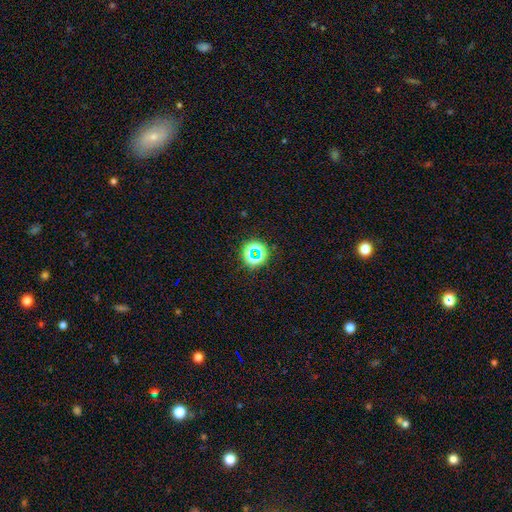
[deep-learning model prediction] star or artifact 55%, smooth 32%, featured or disk 13%.